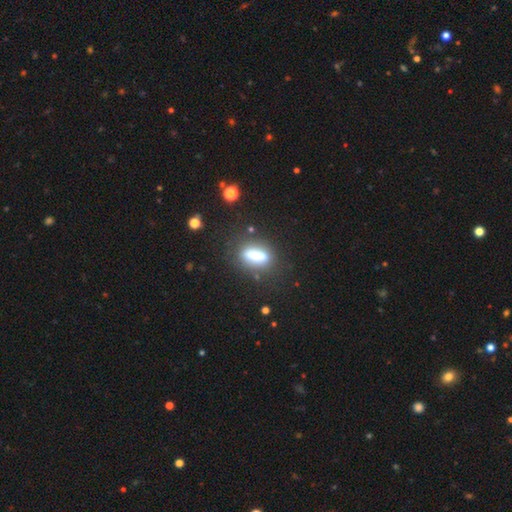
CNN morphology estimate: smooth-or-featured: smooth: 65% | featured or disk: 25% | star or artifact: 10%
  how-rounded: in between: 71% | cigar-shaped: 22% | round: 7%
  merging: none: 74% | minor disturbance: 14% | major disturbance: 7% | merger: 5%